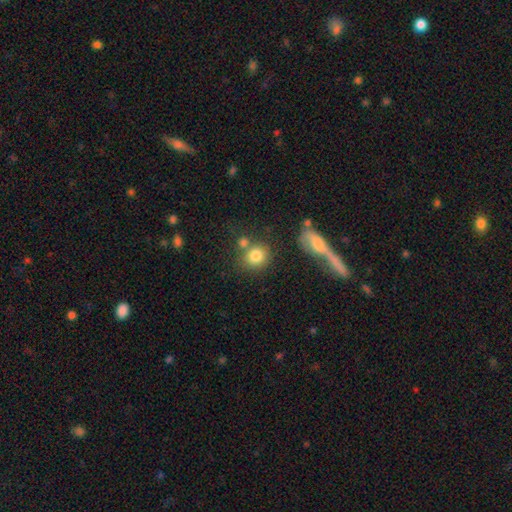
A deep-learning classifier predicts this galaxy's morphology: Smooth or featured? smooth (81%)
How rounded? round (79%)
Merging? none (60%)